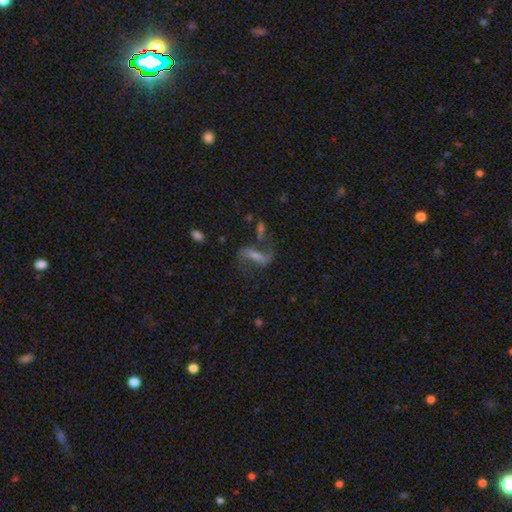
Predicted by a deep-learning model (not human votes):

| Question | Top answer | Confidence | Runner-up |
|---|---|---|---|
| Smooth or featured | featured or disk | 67% | smooth (18%) |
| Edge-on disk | no | 90% | yes (10%) |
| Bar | strong | 47% | weak (34%) |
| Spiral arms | yes | 84% | no (16%) |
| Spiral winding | loose | 73% | medium (21%) |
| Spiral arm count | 2 | 87% | 1 (6%) |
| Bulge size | small | 39% | none (30%) |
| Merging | none | 55% | major disturbance (19%) |